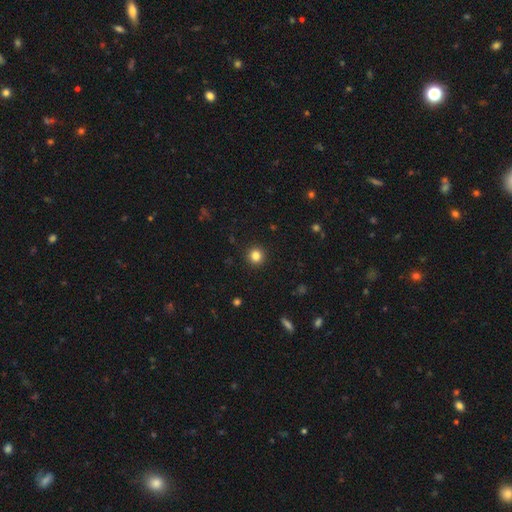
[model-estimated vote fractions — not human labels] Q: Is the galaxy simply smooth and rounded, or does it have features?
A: smooth — 83%.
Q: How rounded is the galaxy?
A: round — 94%.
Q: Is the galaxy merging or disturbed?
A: none — 93%.